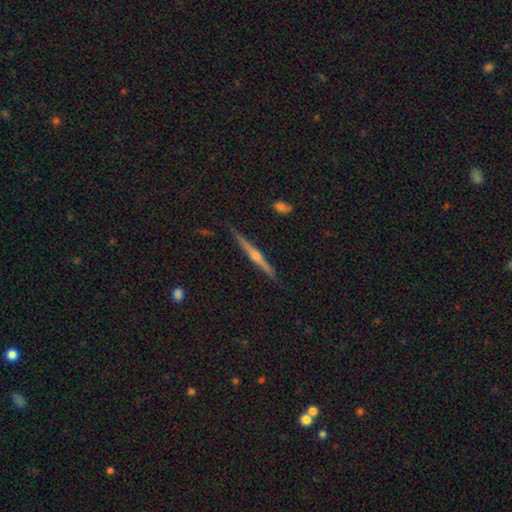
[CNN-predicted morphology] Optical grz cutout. It shows a featured or disk galaxy (78%) viewed edge-on (98%) with a rounded central bulge (89%). Merging: none (89%).